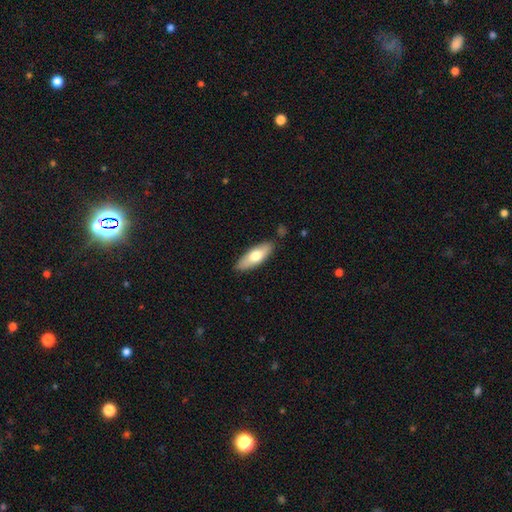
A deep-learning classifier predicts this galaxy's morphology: This is likely a smooth galaxy (67%). How rounded: likely in between (64%). Merging: clearly none (85%).